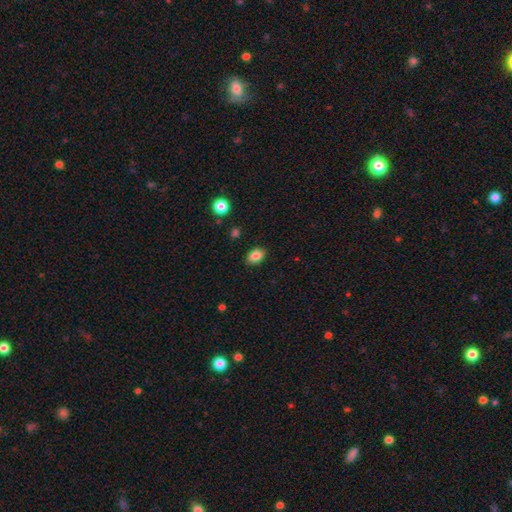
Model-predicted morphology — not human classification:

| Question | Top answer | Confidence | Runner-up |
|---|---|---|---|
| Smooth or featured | smooth | 85% | star or artifact (9%) |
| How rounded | in between | 77% | round (21%) |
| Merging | none | 87% | minor disturbance (9%) |